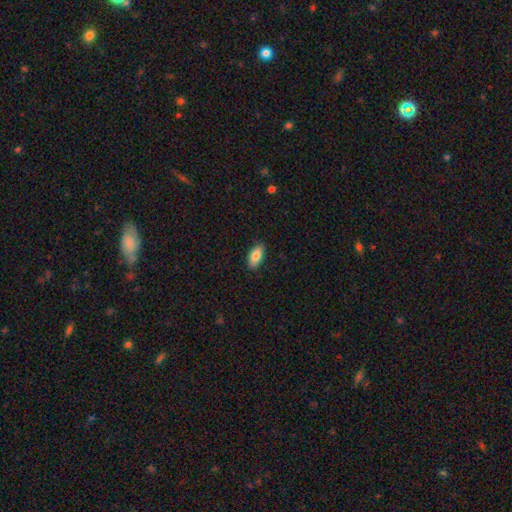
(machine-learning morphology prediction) This is clearly a smooth galaxy (84%). How rounded: clearly in between (88%). Merging: clearly none (89%).